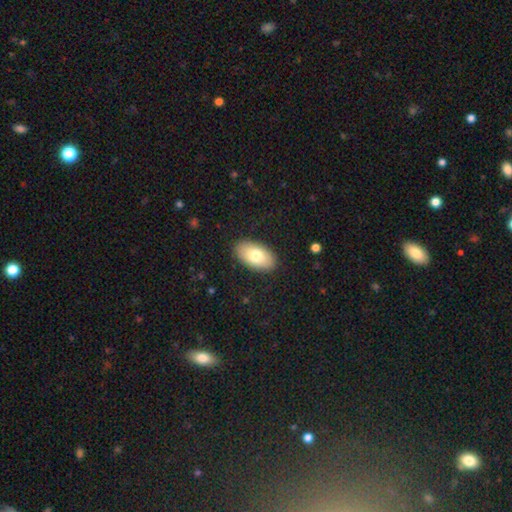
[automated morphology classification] Smooth or featured? Predicted: smooth (p=0.76). How rounded? Predicted: in between (p=0.95). Merging? Predicted: none (p=0.88).